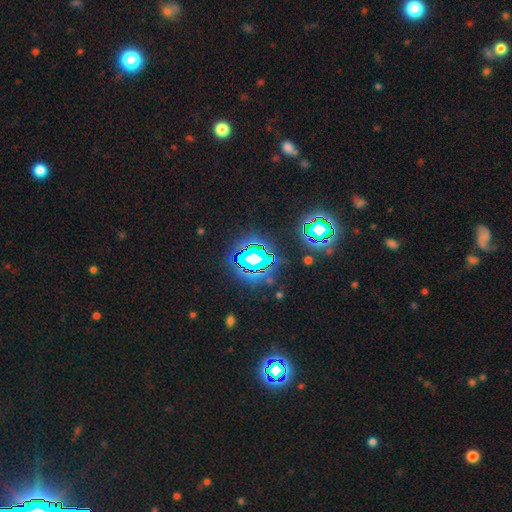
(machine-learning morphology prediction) star or artifact 83%, smooth 11%, featured or disk 6%.